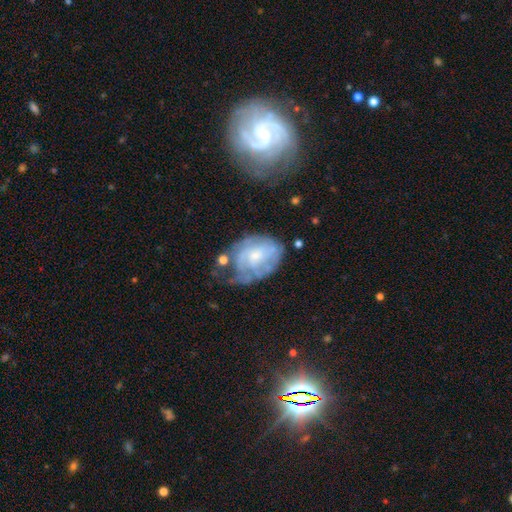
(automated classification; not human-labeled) This appears to be a featured or disk galaxy (67%) with no bar (69%), spiral arms (72%) and a small central bulge (54%). Merging: none (43%).